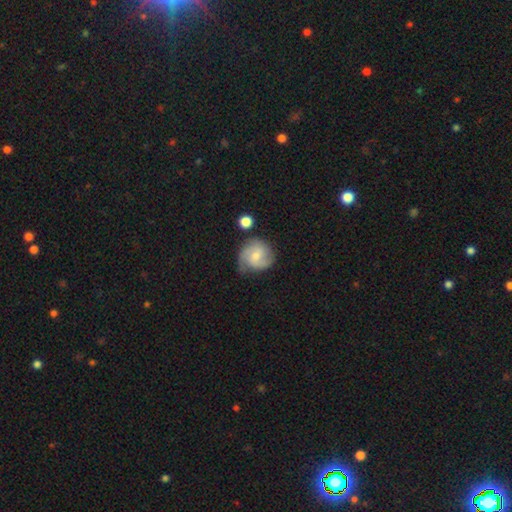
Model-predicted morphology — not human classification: type=featured or disk (59%); edge-on=no (98%); bar=no (50%); spiral arms=yes (91%); winding=medium (45%); arm count=2 (47%); bulge=small (46%); merging=none (58%).